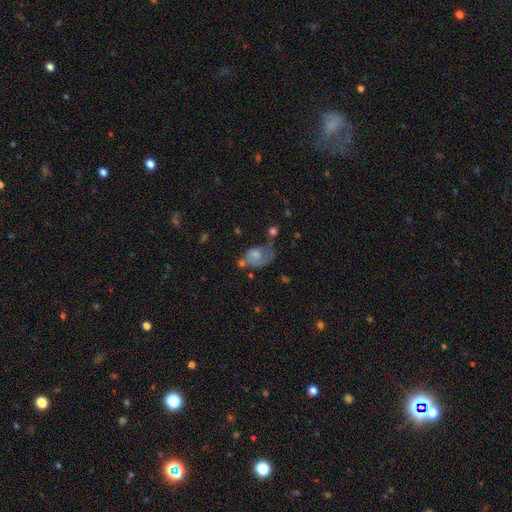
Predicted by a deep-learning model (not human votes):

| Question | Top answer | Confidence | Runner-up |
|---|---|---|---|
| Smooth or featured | smooth | 53% | featured or disk (37%) |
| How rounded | in between | 72% | round (26%) |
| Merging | major disturbance | 38% | none (25%) |